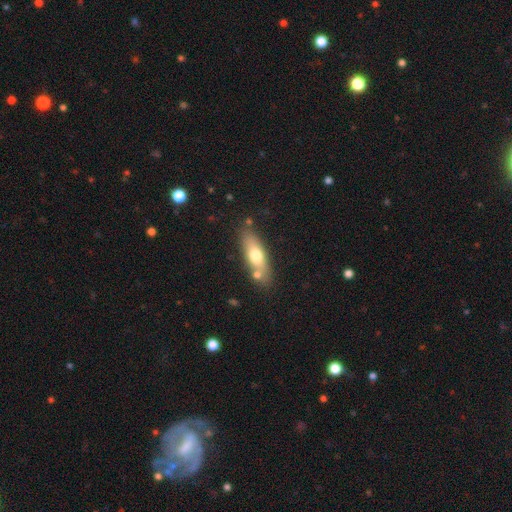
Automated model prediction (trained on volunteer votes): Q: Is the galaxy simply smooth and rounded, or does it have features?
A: smooth — 64%.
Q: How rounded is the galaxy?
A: in between — 55%.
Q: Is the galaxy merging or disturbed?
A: none — 73%.